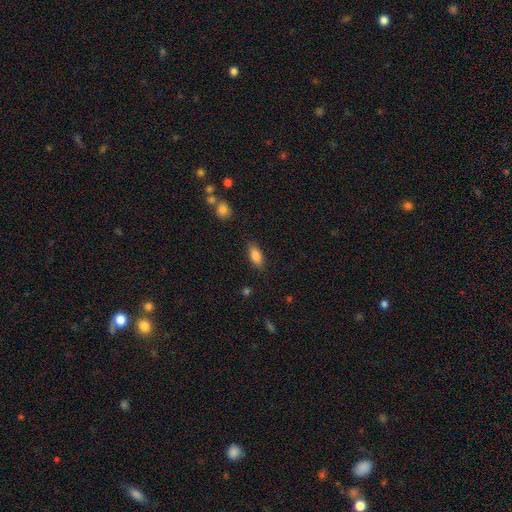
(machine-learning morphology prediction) Overall: smooth (85%). How rounded: in between (86%). Merging: none (85%).